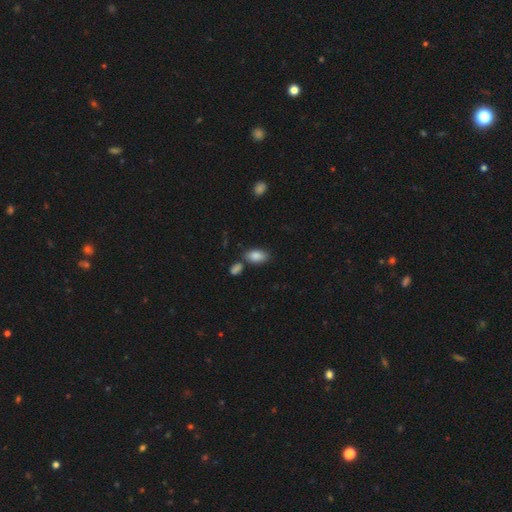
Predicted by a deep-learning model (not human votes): Smooth or featured? Predicted: smooth (p=0.86). How rounded? Predicted: in between (p=0.93). Merging? Predicted: none (p=0.70).